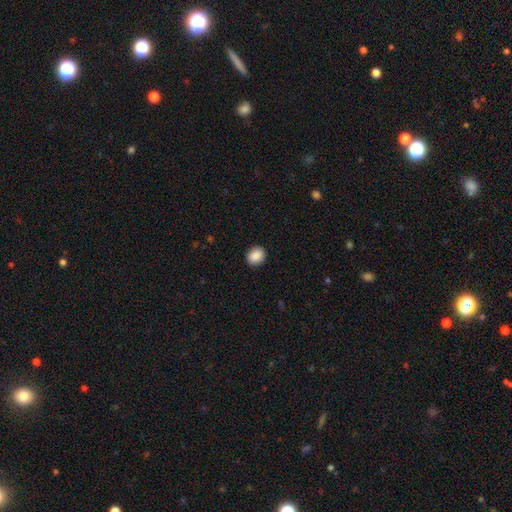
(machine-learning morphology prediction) Smooth or featured?
  - smooth: 89% *
  - star or artifact: 8%
  - featured or disk: 3%
How rounded?
  - round: 60% *
  - in between: 39%
  - cigar-shaped: 1%
Merging?
  - none: 91% *
  - minor disturbance: 6%
  - major disturbance: 2%
  - merger: 1%